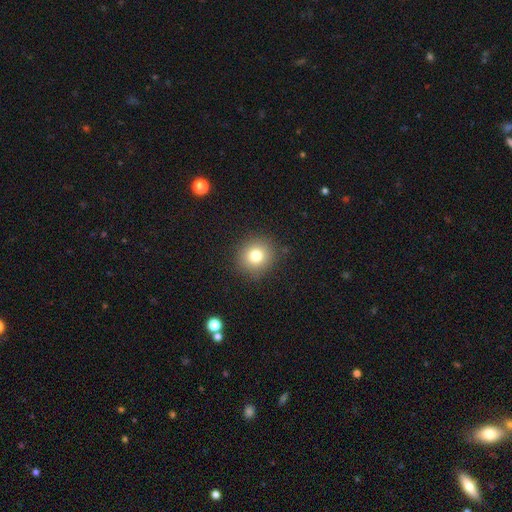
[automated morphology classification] Smooth or featured: smooth — 78% (star or artifact — 13%)
How rounded: round — 89% (in between — 10%)
Merging: none — 88% (minor disturbance — 8%)